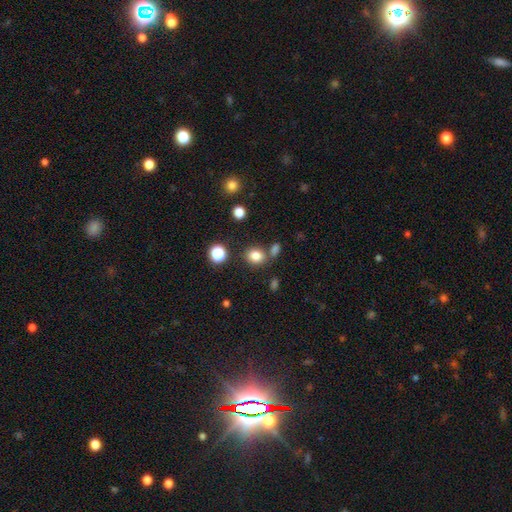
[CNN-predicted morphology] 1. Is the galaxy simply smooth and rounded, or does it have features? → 81% smooth, 13% star or artifact, 6% featured or disk.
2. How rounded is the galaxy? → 60% round, 39% in between, 1% cigar-shaped.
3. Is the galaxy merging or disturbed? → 72% none, 13% merger, 11% minor disturbance, 4% major disturbance.